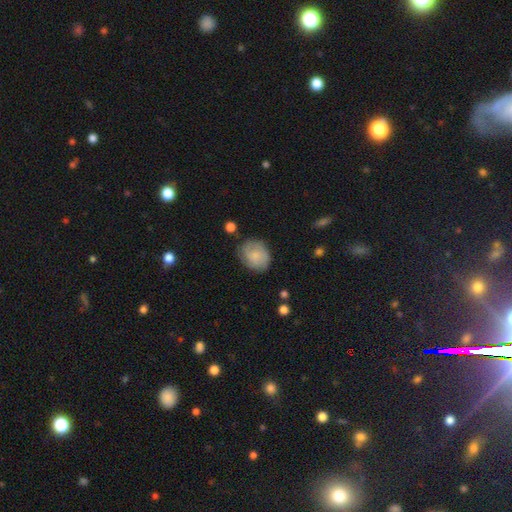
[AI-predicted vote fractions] The model was most divided on "how rounded": round: 53%, in between: 46%, cigar-shaped: 1%. More confident: merging — none (71%); smooth or featured — smooth (58%).